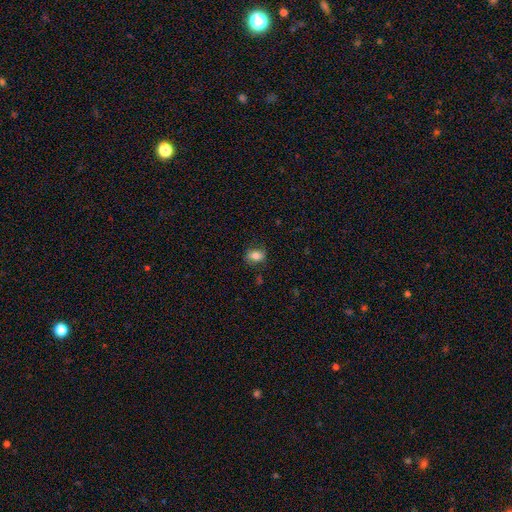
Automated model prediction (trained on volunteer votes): Smooth or featured? smooth (82%)
How rounded? in between (70%)
Merging? none (78%)